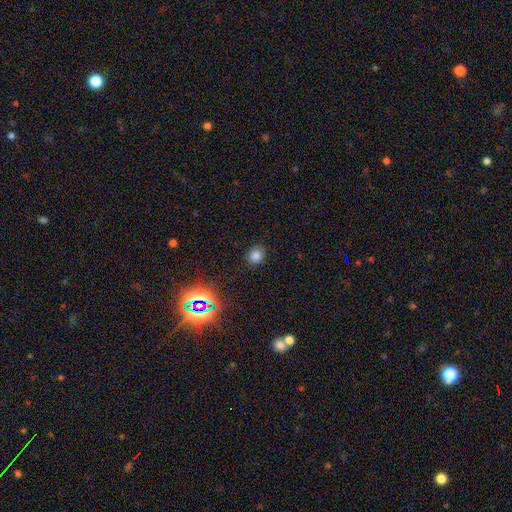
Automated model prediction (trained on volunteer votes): Smooth or featured?
  - smooth: 77% *
  - star or artifact: 18%
  - featured or disk: 5%
How rounded?
  - round: 75% *
  - in between: 24%
  - cigar-shaped: 1%
Merging?
  - none: 88% *
  - minor disturbance: 8%
  - major disturbance: 3%
  - merger: 1%